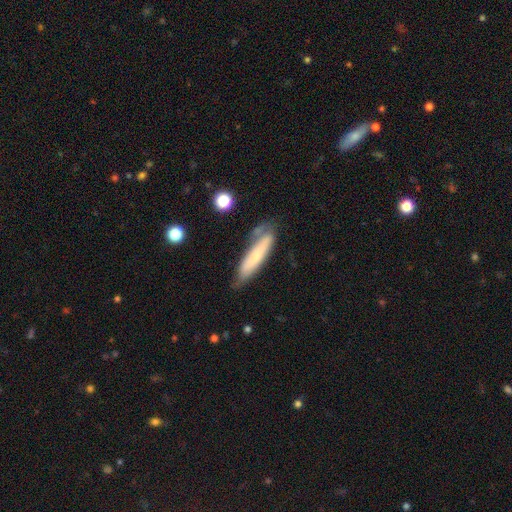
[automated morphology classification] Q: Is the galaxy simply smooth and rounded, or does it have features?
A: smooth — 58%.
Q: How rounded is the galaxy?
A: cigar-shaped — 80%.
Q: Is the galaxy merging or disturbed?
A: none — 57%.